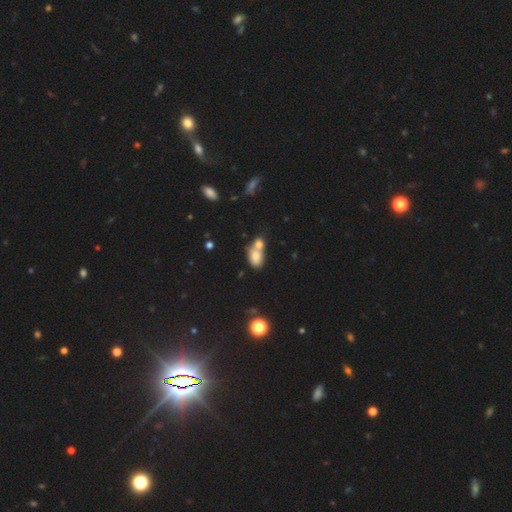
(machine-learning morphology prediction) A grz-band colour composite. It shows a smooth galaxy with no disk features (78%) that is in between round and cigar-shaped (81%). Merging: merger (63%).